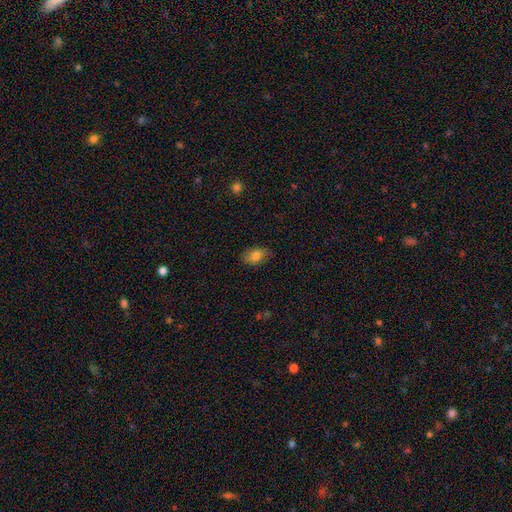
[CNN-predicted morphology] This is likely a smooth galaxy (79%). How rounded: clearly in between (89%). Merging: likely none (80%).